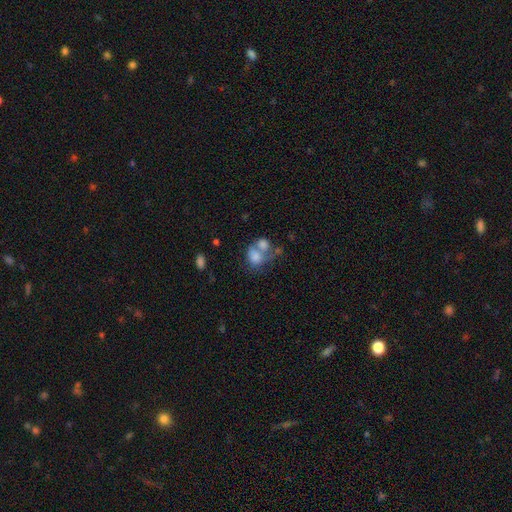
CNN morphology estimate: The model was most divided on "how rounded": in between: 55%, round: 43%, cigar-shaped: 1%. More confident: smooth or featured — smooth (74%); merging — merger (58%).